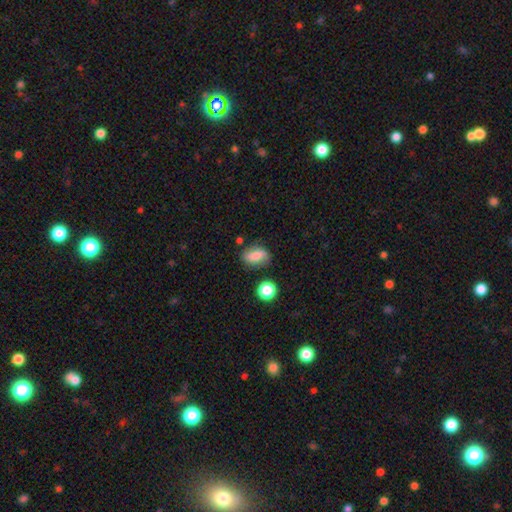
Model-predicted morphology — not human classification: This appears to be a smooth galaxy with no disk features (70%) that is in between round and cigar-shaped (80%). Merging: none (71%).